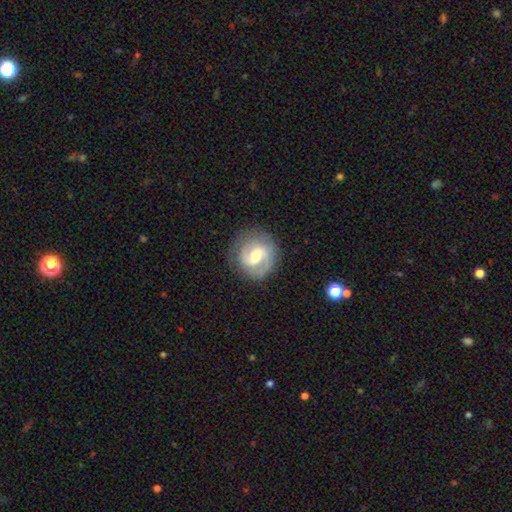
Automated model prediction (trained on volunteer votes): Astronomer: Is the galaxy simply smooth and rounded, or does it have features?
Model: featured or disk — 81%.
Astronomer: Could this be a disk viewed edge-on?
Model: no — 98%.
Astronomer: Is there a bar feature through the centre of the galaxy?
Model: weak — 55%.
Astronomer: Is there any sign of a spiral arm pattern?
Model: yes — 95%.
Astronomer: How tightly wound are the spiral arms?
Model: medium — 48% (runner-up: tight, 36%).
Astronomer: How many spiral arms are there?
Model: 2 — 79%.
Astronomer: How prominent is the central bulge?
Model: moderate — 63%.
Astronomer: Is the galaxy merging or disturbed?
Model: none — 81%.